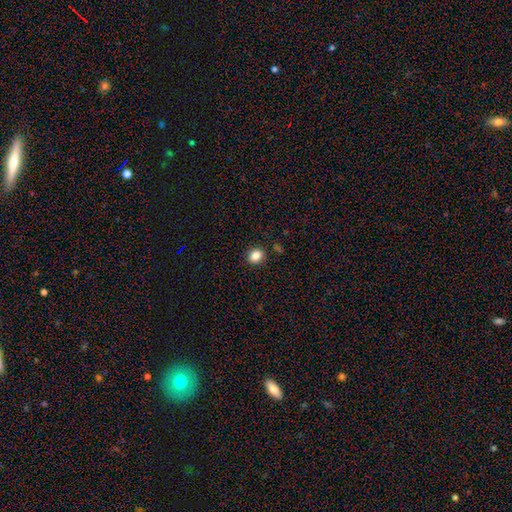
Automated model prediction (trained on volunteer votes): Smooth or featured: smooth — 85% (star or artifact — 11%)
How rounded: round — 63% (in between — 36%)
Merging: none — 88% (minor disturbance — 8%)